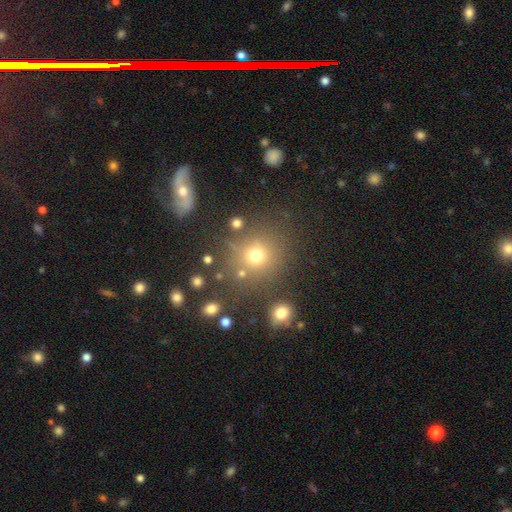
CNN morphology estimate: smooth_or_featured: smooth (p=0.70) [alt: star or artifact p=0.20]
how_rounded: round (p=0.87) [alt: in between p=0.11]
merging: none (p=0.74) [alt: minor disturbance p=0.11]